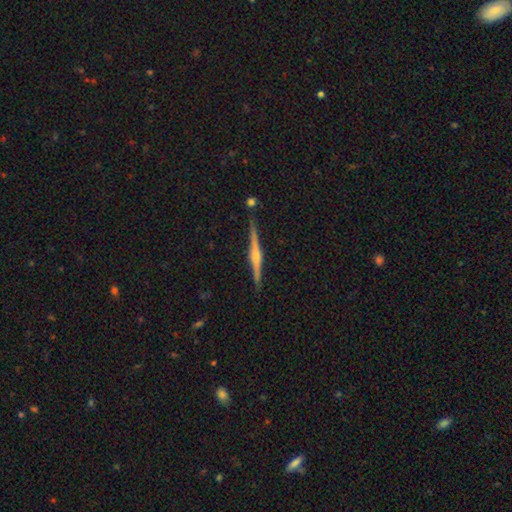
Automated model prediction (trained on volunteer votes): Smooth or featured? featured or disk (82%)
Edge-on disk? yes (98%)
Edge-on bulge? rounded (83%)
Merging? none (89%)